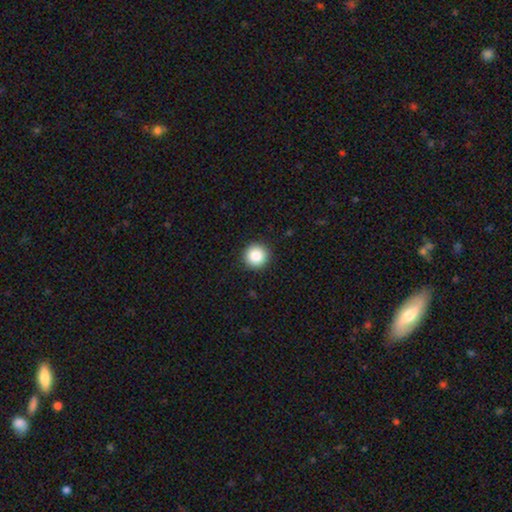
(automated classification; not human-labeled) Smooth or featured?
  - smooth: 86% *
  - star or artifact: 9%
  - featured or disk: 5%
How rounded?
  - round: 96% *
  - in between: 3%
  - cigar-shaped: 1%
Merging?
  - none: 93% *
  - minor disturbance: 5%
  - major disturbance: 2%
  - merger: 1%